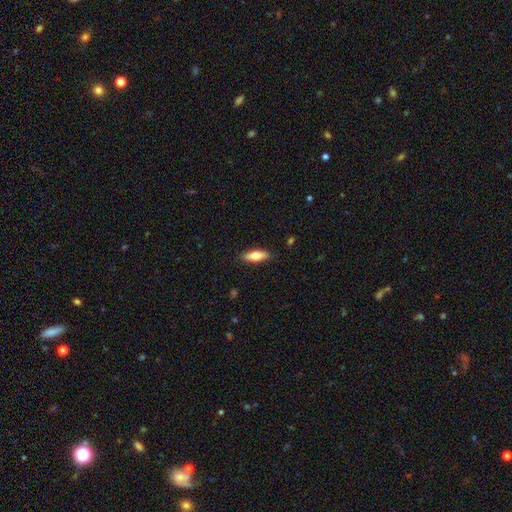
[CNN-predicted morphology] type=smooth (61%); roundness=in between (51%); merging=none (89%).